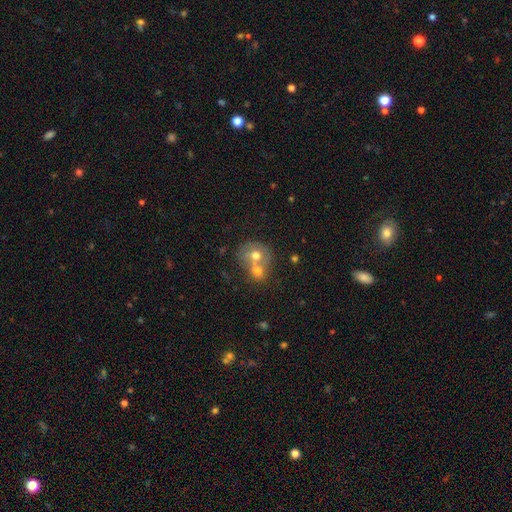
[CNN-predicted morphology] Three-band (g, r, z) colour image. It shows a smooth galaxy with no disk features (58%) that is round (65%). Merging: merger (69%).